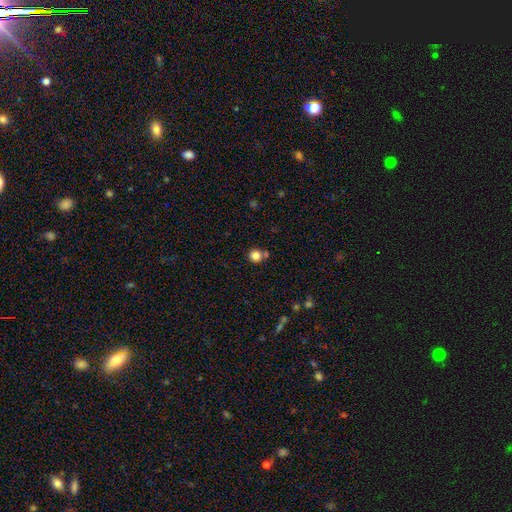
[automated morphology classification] Q: Smooth or featured?
A: smooth (84%); runner-up: star or artifact (12%)
Q: How rounded?
A: round (92%); runner-up: in between (7%)
Q: Merging?
A: none (74%); runner-up: merger (15%)